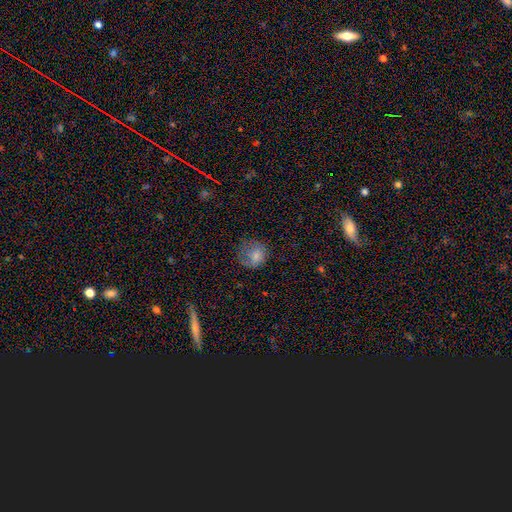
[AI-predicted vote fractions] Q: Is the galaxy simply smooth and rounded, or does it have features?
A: smooth — 76%.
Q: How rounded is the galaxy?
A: round — 78%.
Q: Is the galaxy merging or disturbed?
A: none — 55%.